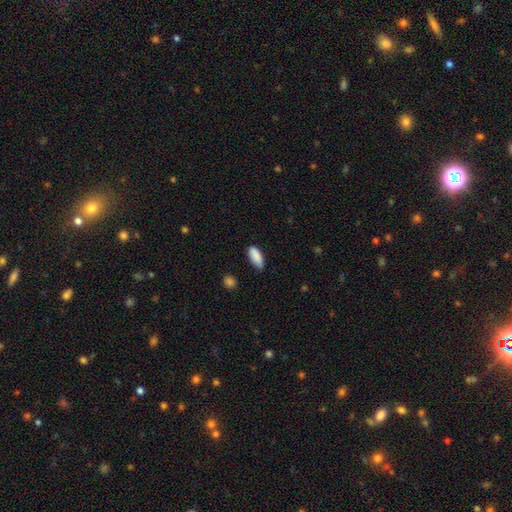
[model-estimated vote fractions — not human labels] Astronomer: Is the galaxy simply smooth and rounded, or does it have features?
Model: smooth — 89%.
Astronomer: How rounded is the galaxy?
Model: in between — 85%.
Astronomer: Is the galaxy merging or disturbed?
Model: none — 76%.